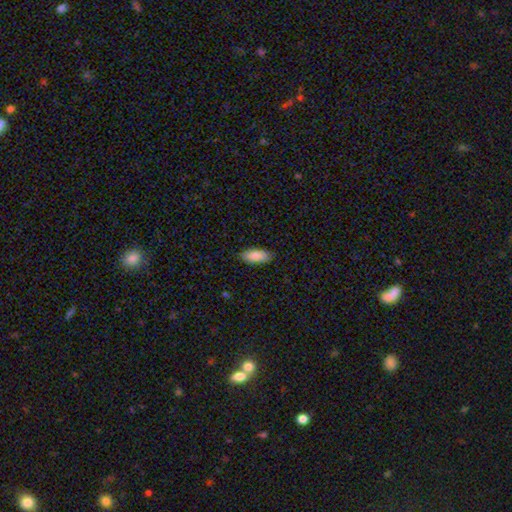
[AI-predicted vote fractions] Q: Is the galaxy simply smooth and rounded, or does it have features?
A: smooth — 87%.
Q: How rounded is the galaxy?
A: in between — 85%.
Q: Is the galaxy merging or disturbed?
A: none — 87%.